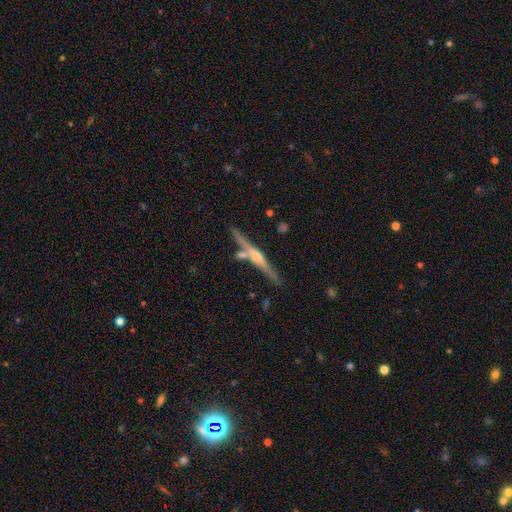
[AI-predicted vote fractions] A featured or disk galaxy (78%) viewed edge-on (98%) with a rounded central bulge (81%).

Vote fractions:
- Smooth or featured? featured or disk: 78% / smooth: 15% / star or artifact: 6%
- Edge-on disk? yes: 98% / no: 2%
- Edge-on bulge? rounded: 81% / none: 11% / boxy: 8%
- Merging? none: 82% / minor disturbance: 9% / merger: 7% / major disturbance: 2%